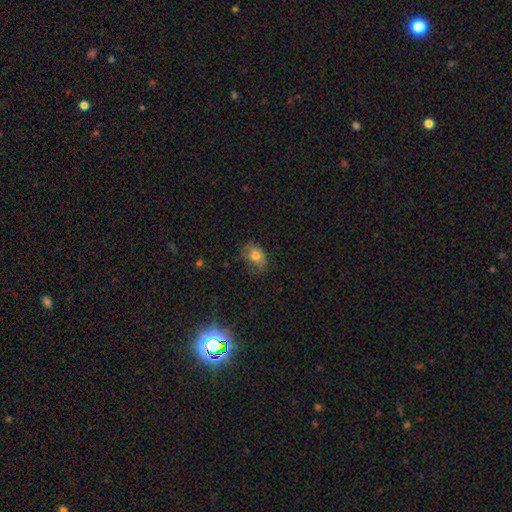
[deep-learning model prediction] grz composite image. It shows a smooth galaxy with no disk features (78%) that is in between round and cigar-shaped (72%). Merging: none (59%).